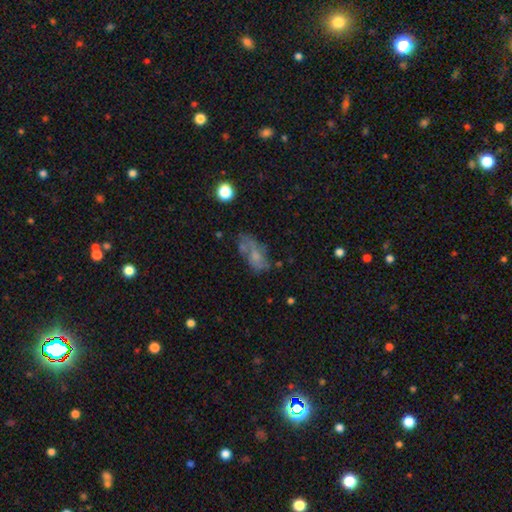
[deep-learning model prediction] This appears to be a smooth galaxy with no disk features (49%). Merging: none (39%).